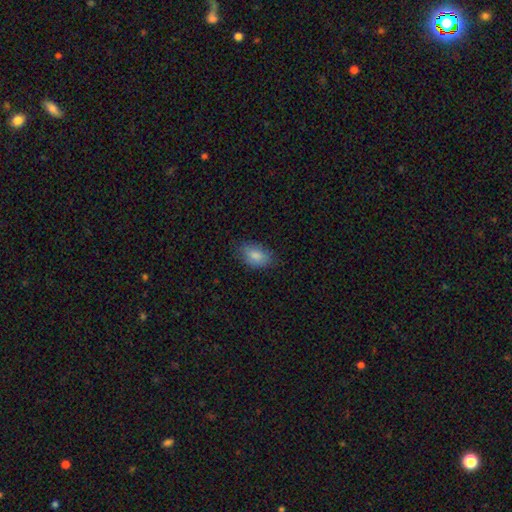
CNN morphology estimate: This is clearly a smooth galaxy (85%). How rounded: clearly in between (90%). Merging: likely none (77%).